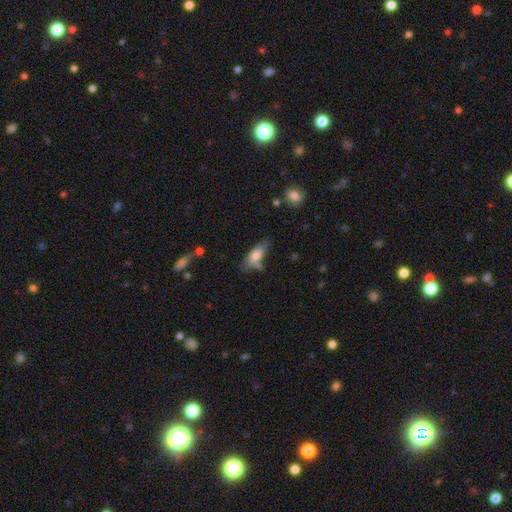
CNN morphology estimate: Smooth or featured?
  - smooth: 72% *
  - featured or disk: 21%
  - star or artifact: 7%
How rounded?
  - in between: 68% *
  - cigar-shaped: 29%
  - round: 3%
Merging?
  - none: 60% *
  - minor disturbance: 22%
  - merger: 11%
  - major disturbance: 6%